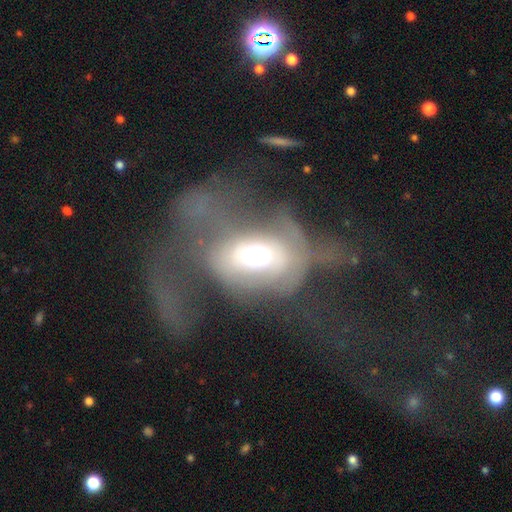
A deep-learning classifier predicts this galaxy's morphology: This appears to be a smooth galaxy with no disk features (45%). Merging: major disturbance (59%).